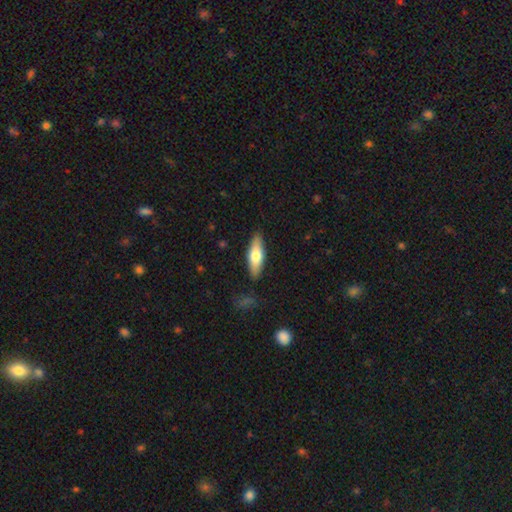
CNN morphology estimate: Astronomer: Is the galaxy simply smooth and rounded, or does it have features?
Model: smooth — 65%.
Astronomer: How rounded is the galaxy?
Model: in between — 55% (runner-up: cigar-shaped, 43%).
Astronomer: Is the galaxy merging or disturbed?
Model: none — 87%.